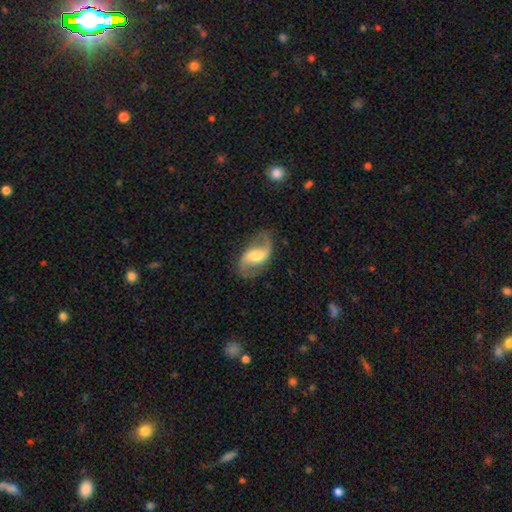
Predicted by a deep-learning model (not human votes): The model was most divided on "bar": weak: 45%, no: 35%, strong: 20%. More confident: edge-on disk — no (97%); spiral arms — yes (95%); spiral arm count — 2 (92%); smooth or featured — featured or disk (82%); merging — none (78%); spiral winding — loose (69%); bulge size — moderate (53%).